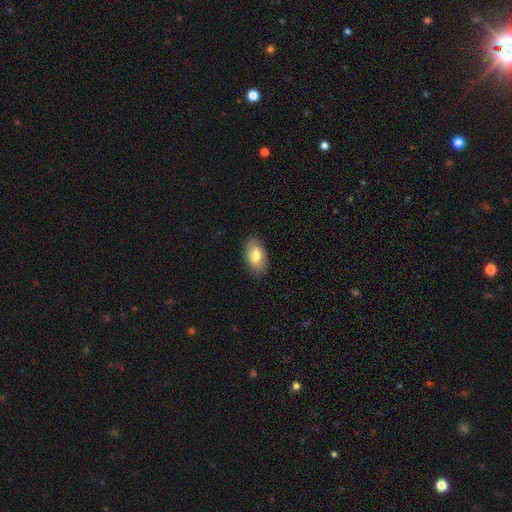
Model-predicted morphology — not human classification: Smooth or featured? Predicted: smooth (p=0.77). How rounded? Predicted: in between (p=0.92). Merging? Predicted: none (p=0.86).